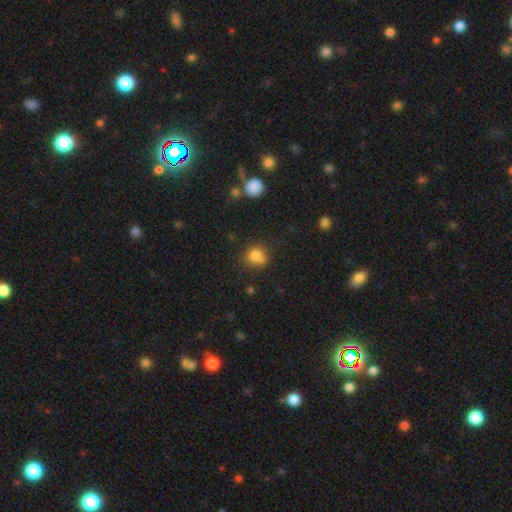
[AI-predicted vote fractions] smooth 78%, star or artifact 13%, featured or disk 9%. Down the decision tree: how rounded — round (79%); merging — none (57%).